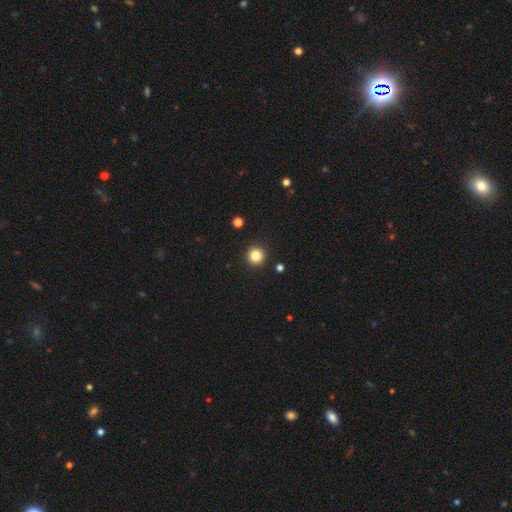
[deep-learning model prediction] This is clearly a smooth galaxy (83%). How rounded: clearly round (96%). Merging: clearly none (93%).